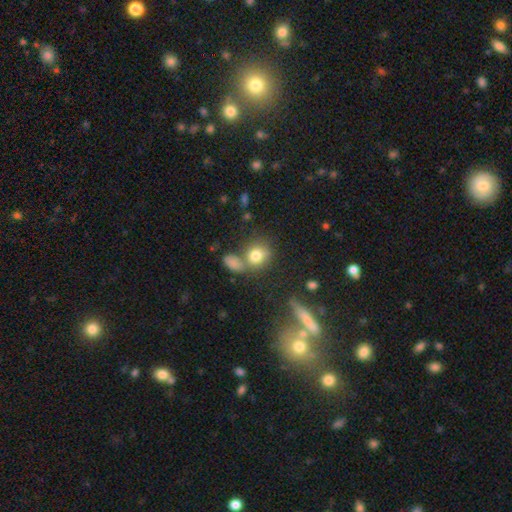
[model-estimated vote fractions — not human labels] smooth-or-featured: smooth: 76% | star or artifact: 12% | featured or disk: 12%
  how-rounded: round: 68% | in between: 30% | cigar-shaped: 2%
  merging: none: 51% | merger: 26% | minor disturbance: 15% | major disturbance: 8%